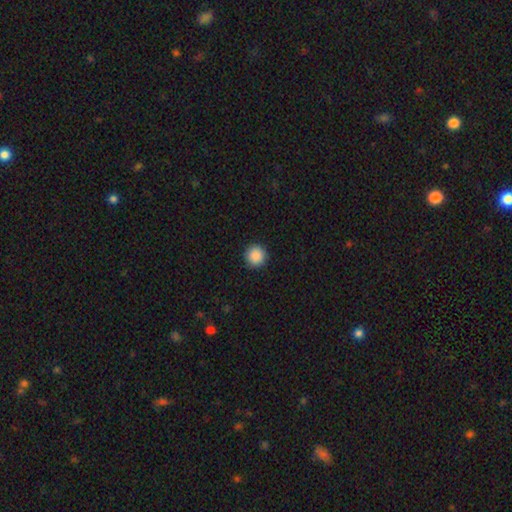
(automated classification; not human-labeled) The model was most divided on "smooth or featured": smooth: 89%, star or artifact: 8%, featured or disk: 2%. More confident: how rounded — round (96%); merging — none (93%).